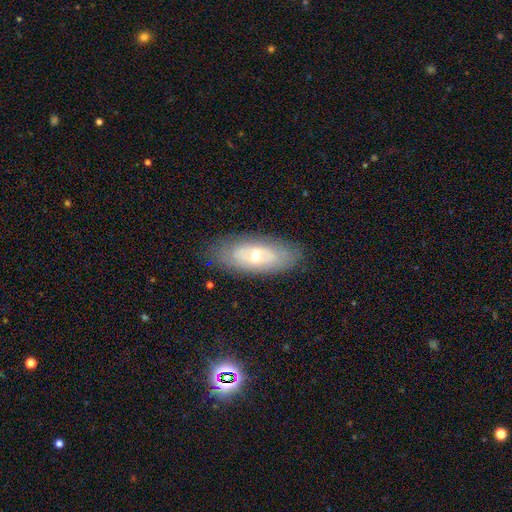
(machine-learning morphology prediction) Smooth or featured: featured or disk — 54% (smooth — 38%)
Edge-on disk: no — 80% (yes — 20%)
Merging: none — 81% (minor disturbance — 13%)